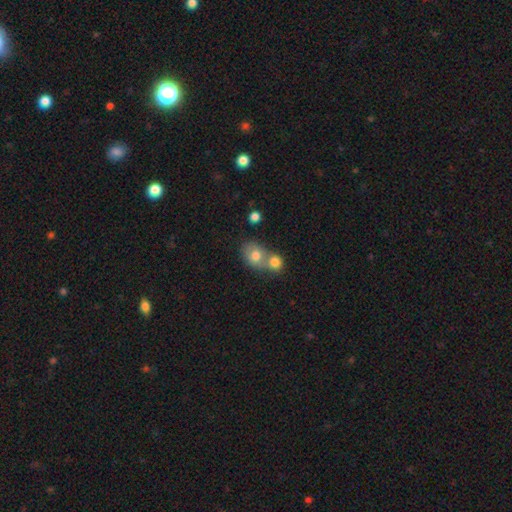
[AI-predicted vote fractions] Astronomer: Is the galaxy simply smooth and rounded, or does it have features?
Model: smooth — 75%.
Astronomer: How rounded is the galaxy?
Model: round — 55% (runner-up: in between, 43%).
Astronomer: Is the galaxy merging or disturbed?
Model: merger — 61%.